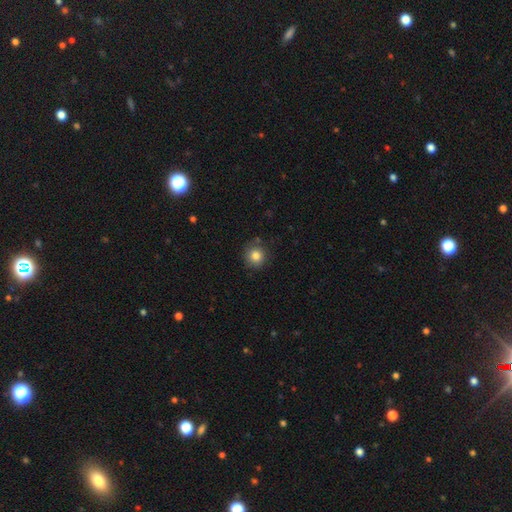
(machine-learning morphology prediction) Smooth or featured? smooth (82%)
How rounded? round (92%)
Merging? none (83%)